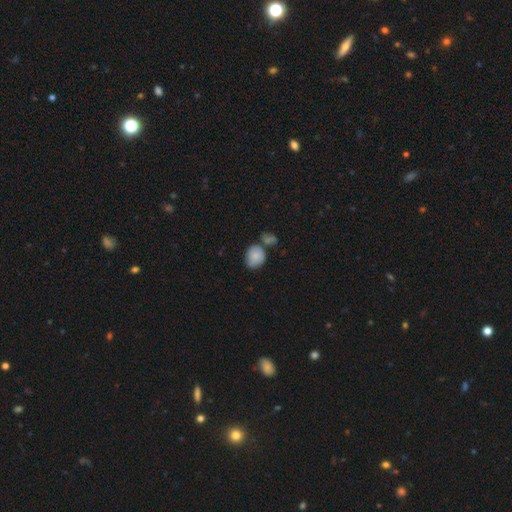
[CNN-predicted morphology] smooth_or_featured: smooth (p=0.82) [alt: featured or disk p=0.10]
how_rounded: round (p=0.57) [alt: in between p=0.41]
merging: none (p=0.47) [alt: merger p=0.26]